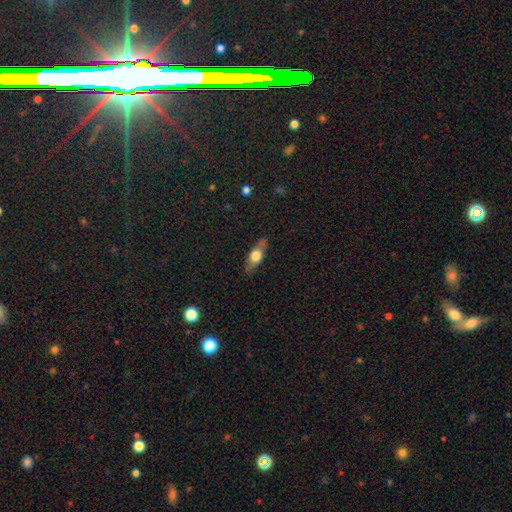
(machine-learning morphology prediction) The model was most divided on "smooth or featured": smooth: 57%, featured or disk: 36%, star or artifact: 7%. More confident: merging — none (76%); how rounded — in between (60%).